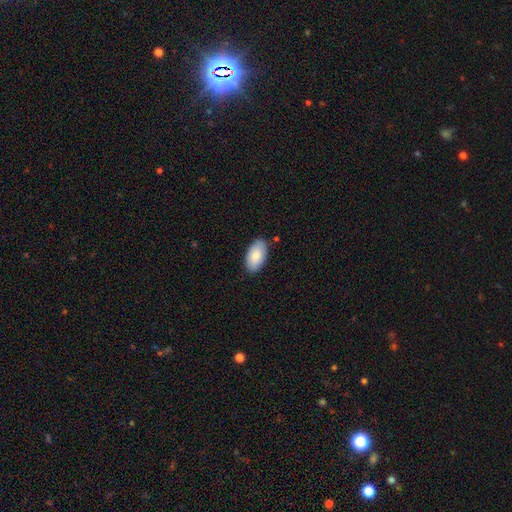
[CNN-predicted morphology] Q: Smooth or featured?
A: smooth (83%); runner-up: featured or disk (12%)
Q: How rounded?
A: in between (95%); runner-up: round (3%)
Q: Merging?
A: none (84%); runner-up: minor disturbance (12%)